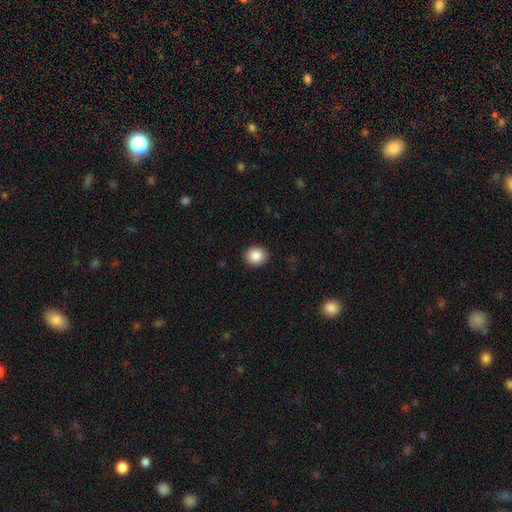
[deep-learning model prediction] smooth-or-featured: smooth: 88% | star or artifact: 9% | featured or disk: 4%
  how-rounded: round: 78% | in between: 21% | cigar-shaped: 1%
  merging: none: 91% | minor disturbance: 6% | major disturbance: 2% | merger: 1%